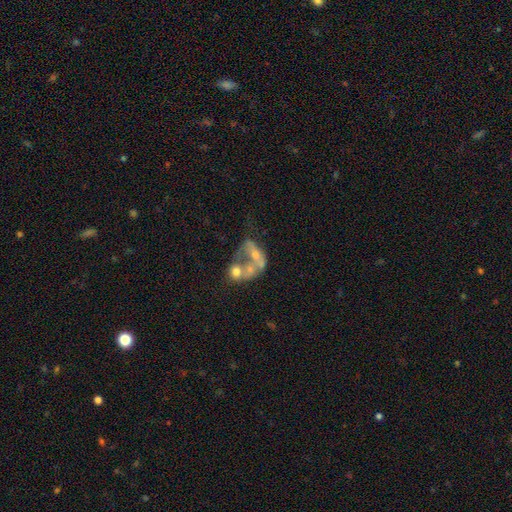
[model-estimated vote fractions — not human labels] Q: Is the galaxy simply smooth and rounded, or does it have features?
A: featured or disk — 53%.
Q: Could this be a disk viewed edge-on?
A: no — 97%.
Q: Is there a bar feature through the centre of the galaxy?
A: no — 89%.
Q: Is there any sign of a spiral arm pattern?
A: no — 90%.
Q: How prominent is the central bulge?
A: moderate — 36%.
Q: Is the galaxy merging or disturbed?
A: merger — 63%.